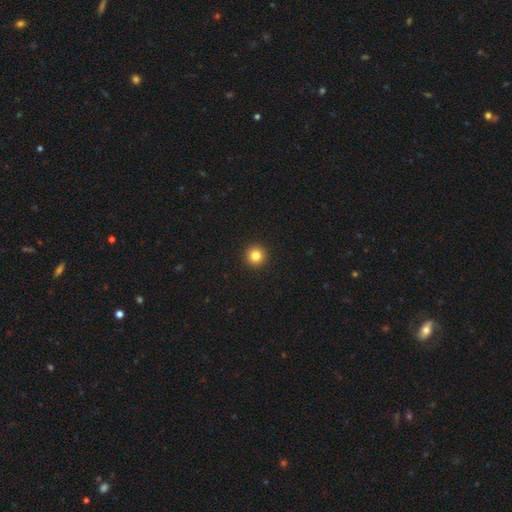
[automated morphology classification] smooth_or_featured: smooth (p=0.83) [alt: star or artifact p=0.12]
how_rounded: round (p=0.96) [alt: in between p=0.03]
merging: none (p=0.94) [alt: minor disturbance p=0.04]